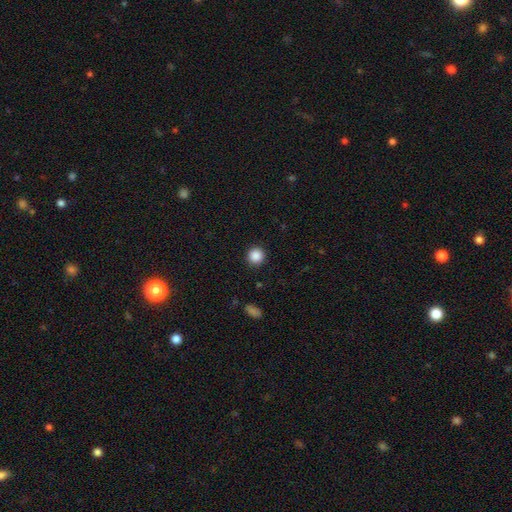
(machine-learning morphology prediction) The model was most divided on "smooth or featured": smooth: 88%, star or artifact: 9%, featured or disk: 3%. More confident: how rounded — round (92%); merging — none (91%).